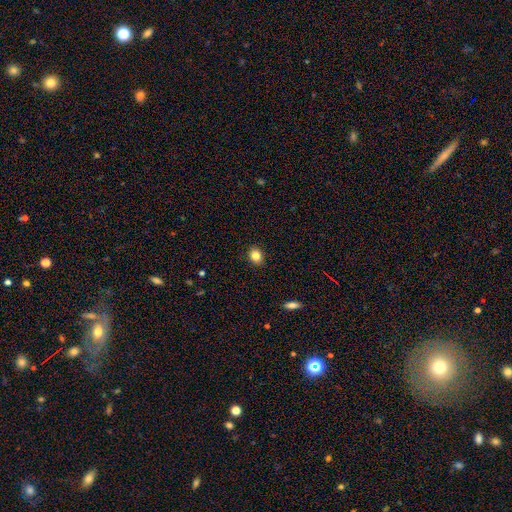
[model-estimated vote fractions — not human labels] smooth 84%, star or artifact 10%, featured or disk 6%. Down the decision tree: how rounded — round (56%); merging — none (90%).